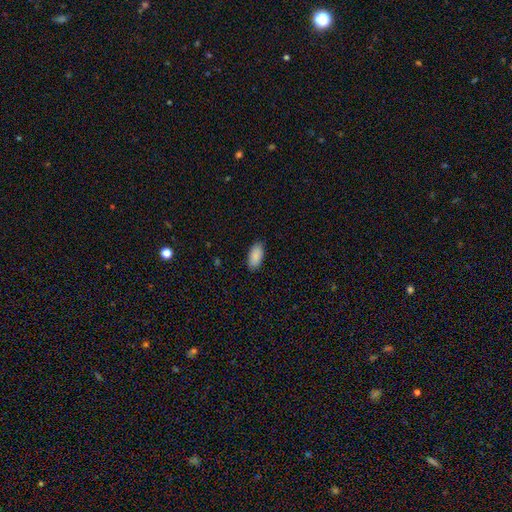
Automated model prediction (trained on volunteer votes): A smooth galaxy with no disk features (90%) that is in between round and cigar-shaped (93%).

Vote fractions:
- Smooth or featured? smooth: 90% / star or artifact: 6% / featured or disk: 4%
- How rounded? in between: 93% / cigar-shaped: 5% / round: 2%
- Merging? none: 87% / minor disturbance: 10% / major disturbance: 2% / merger: 1%